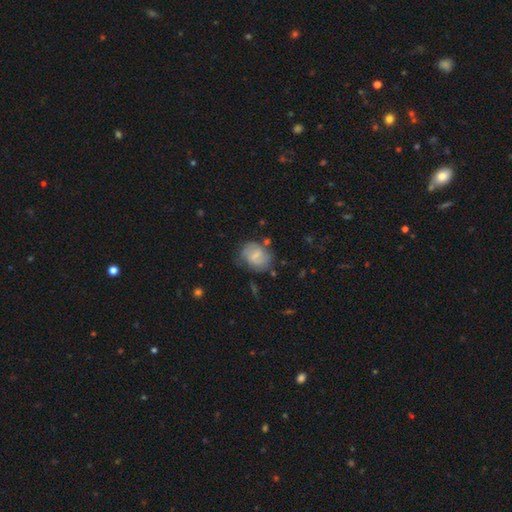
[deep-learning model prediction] Smooth or featured? Predicted: smooth (p=0.51). How rounded? Predicted: round (p=0.52). Merging? Predicted: none (p=0.56).